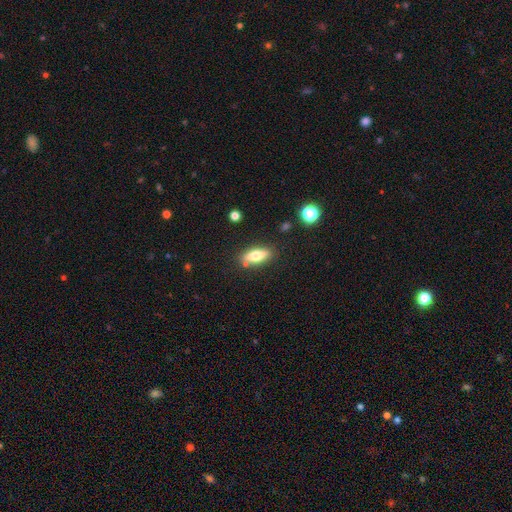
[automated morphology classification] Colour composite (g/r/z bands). It shows a smooth galaxy with no disk features (66%) that is in between round and cigar-shaped (64%). Merging: none (82%).